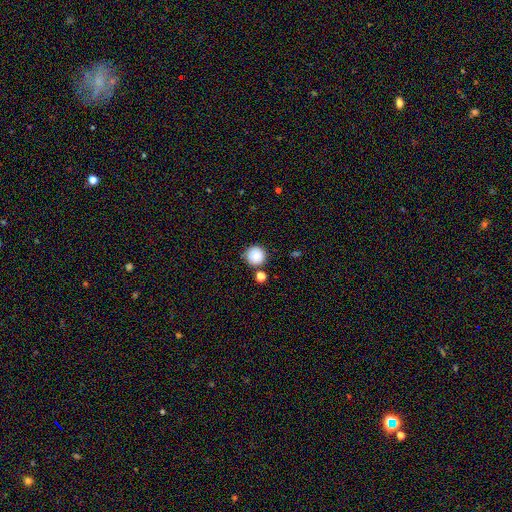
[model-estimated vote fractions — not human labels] smooth 87%, star or artifact 9%, featured or disk 4%. Down the decision tree: how rounded — round (95%); merging — none (82%).